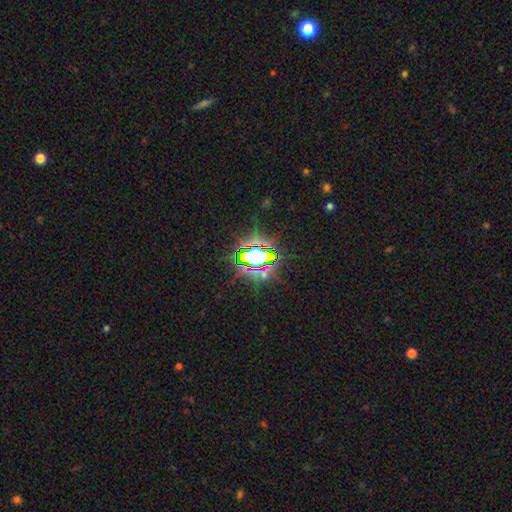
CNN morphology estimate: type=star or artifact (75%).